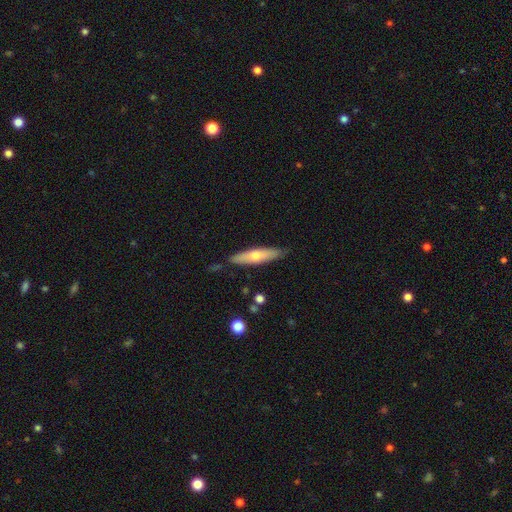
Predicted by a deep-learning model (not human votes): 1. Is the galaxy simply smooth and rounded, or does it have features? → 55% smooth, 39% featured or disk, 6% star or artifact.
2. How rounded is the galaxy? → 76% cigar-shaped, 23% in between, 2% round.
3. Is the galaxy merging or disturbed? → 83% none, 13% minor disturbance, 2% major disturbance, 2% merger.